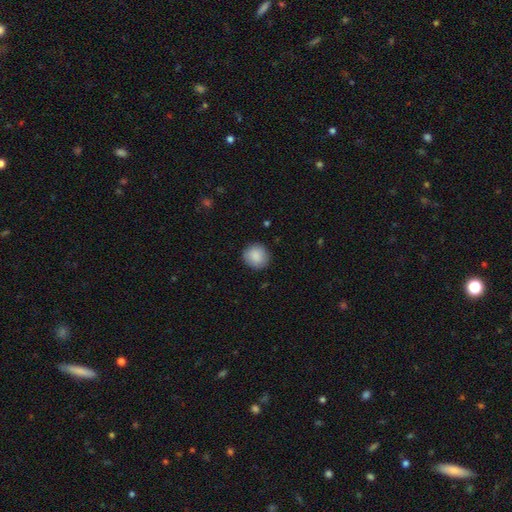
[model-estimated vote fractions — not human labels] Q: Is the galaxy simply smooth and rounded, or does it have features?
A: smooth — 88%.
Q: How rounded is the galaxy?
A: round — 90%.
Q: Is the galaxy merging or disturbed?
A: none — 88%.